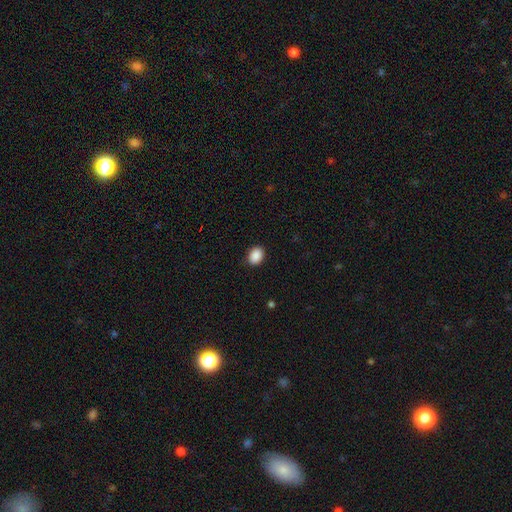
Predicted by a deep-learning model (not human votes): This appears to be a smooth galaxy with no disk features (90%) that is in between round and cigar-shaped (65%). Merging: none (90%).